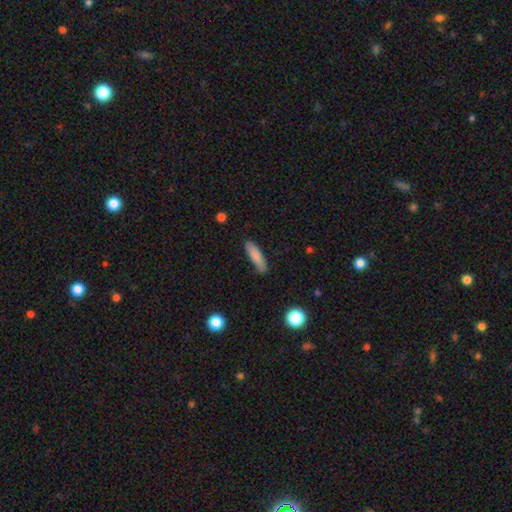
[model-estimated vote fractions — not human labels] Smooth or featured?
  - smooth: 84% *
  - featured or disk: 10%
  - star or artifact: 7%
How rounded?
  - cigar-shaped: 68% *
  - in between: 30%
  - round: 2%
Merging?
  - none: 81% *
  - minor disturbance: 14%
  - major disturbance: 3%
  - merger: 2%